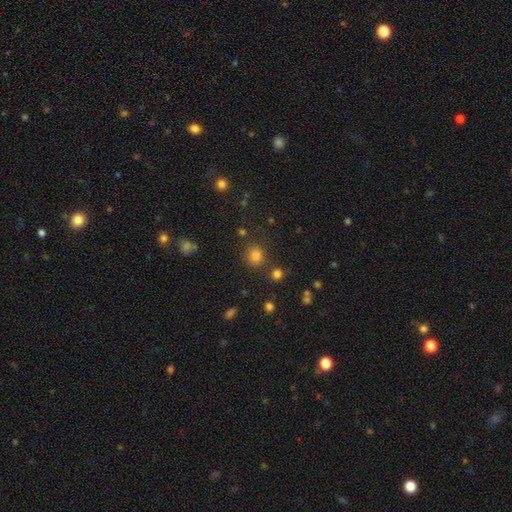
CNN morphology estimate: This appears to be a smooth galaxy with no disk features (76%) that is round (82%). Merging: none (79%).